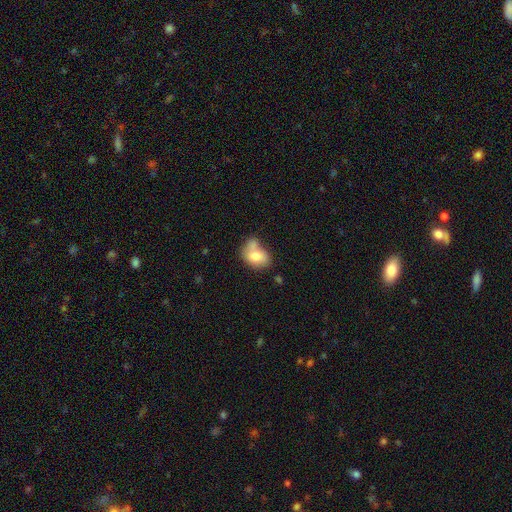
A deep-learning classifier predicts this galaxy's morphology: smooth-or-featured: smooth: 74% | featured or disk: 18% | star or artifact: 8%
  how-rounded: in between: 71% | round: 27% | cigar-shaped: 1%
  merging: merger: 41% | none: 31% | minor disturbance: 20% | major disturbance: 9%